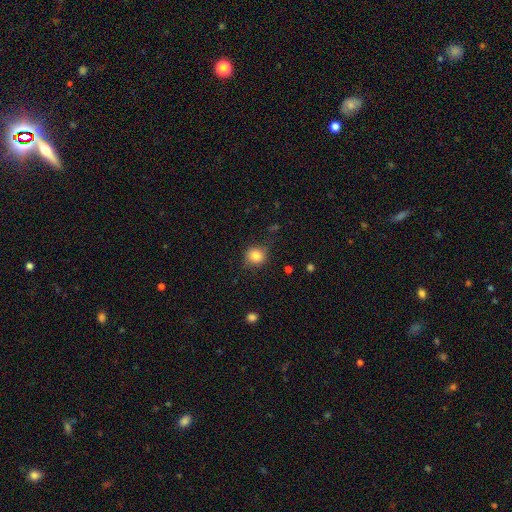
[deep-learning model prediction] This appears to be a smooth galaxy with no disk features (82%) that is round (86%). Merging: none (82%).